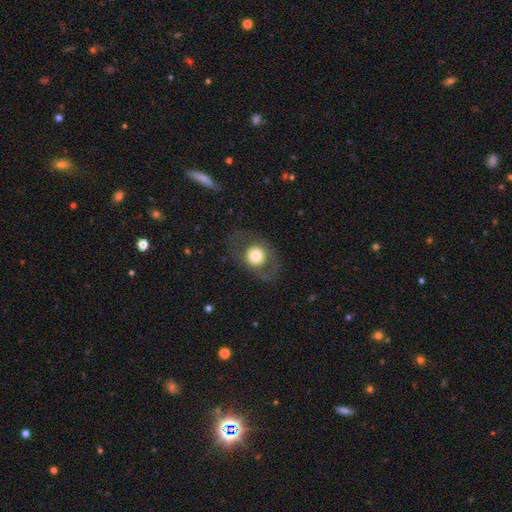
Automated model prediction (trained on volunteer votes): Smooth or featured? smooth (59%)
How rounded? round (65%)
Merging? none (76%)